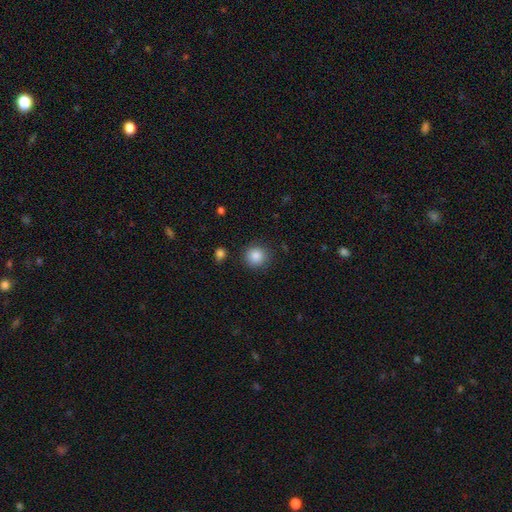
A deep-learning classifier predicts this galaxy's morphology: Smooth or featured? smooth (86%)
How rounded? round (92%)
Merging? none (87%)